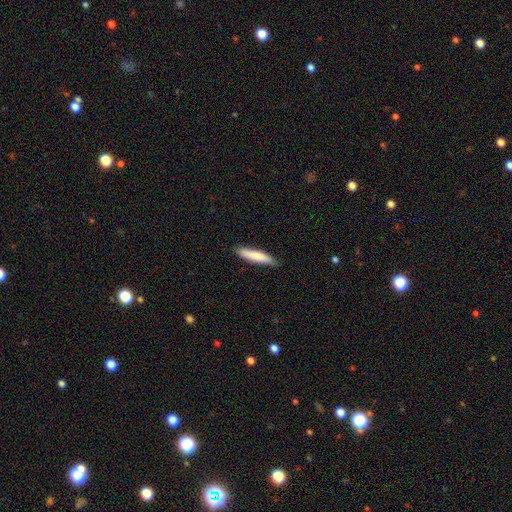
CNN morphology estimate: Smooth or featured?
  - smooth: 82% *
  - featured or disk: 13%
  - star or artifact: 5%
How rounded?
  - cigar-shaped: 87% *
  - in between: 12%
  - round: 1%
Merging?
  - none: 85% *
  - minor disturbance: 12%
  - major disturbance: 2%
  - merger: 1%